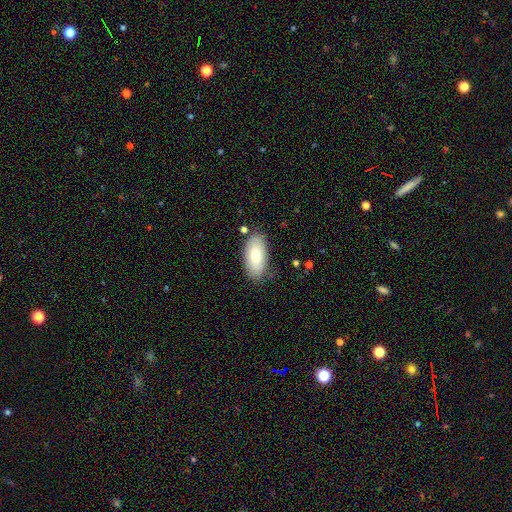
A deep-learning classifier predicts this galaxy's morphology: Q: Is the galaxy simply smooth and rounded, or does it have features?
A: smooth — 75%.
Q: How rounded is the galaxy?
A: in between — 93%.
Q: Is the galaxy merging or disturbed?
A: none — 80%.